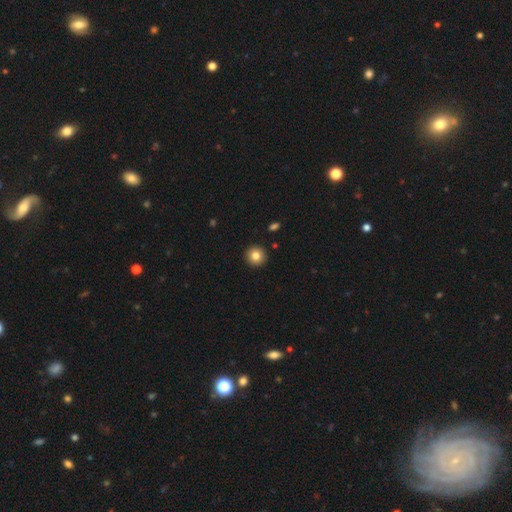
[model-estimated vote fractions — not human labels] A smooth galaxy with no disk features (82%) that is round (94%). Merging: none (92%).